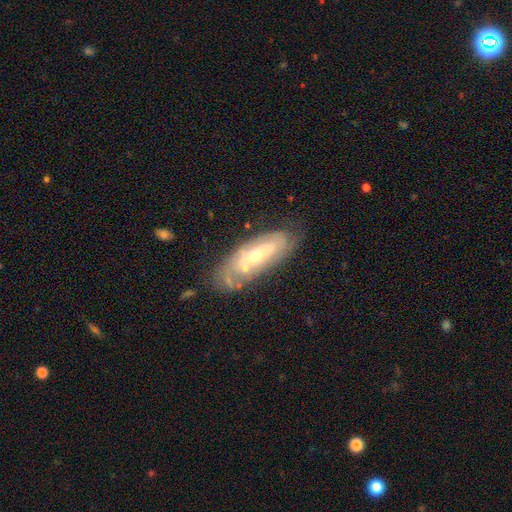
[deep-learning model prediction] Smooth or featured: featured or disk — 71% (smooth — 22%)
Edge-on disk: no — 84% (yes — 16%)
Bar: no — 70% (weak — 22%)
Spiral arms: yes — 64% (no — 36%)
Bulge size: small — 49% (moderate — 47%)
Merging: none — 58% (minor disturbance — 22%)